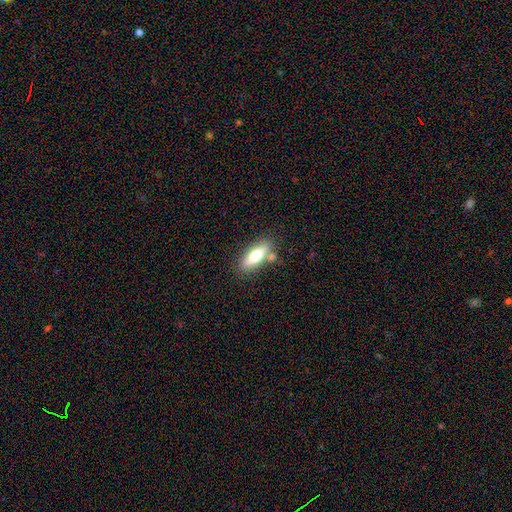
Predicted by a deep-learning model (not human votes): Smooth or featured? smooth (64%)
How rounded? in between (57%)
Merging? none (73%)